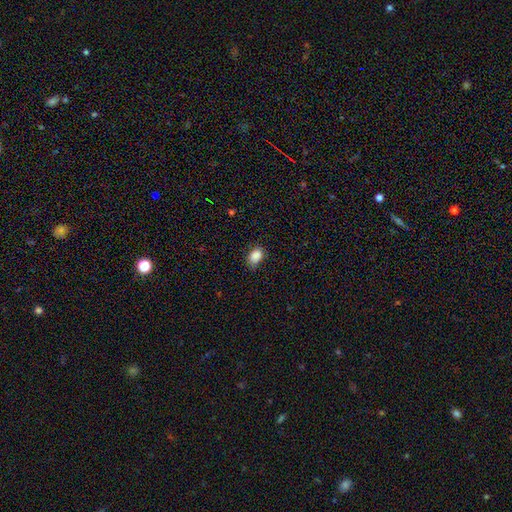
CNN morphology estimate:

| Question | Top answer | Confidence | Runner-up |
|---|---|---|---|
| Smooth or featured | smooth | 87% | star or artifact (9%) |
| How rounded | in between | 79% | round (20%) |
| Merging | none | 69% | minor disturbance (25%) |